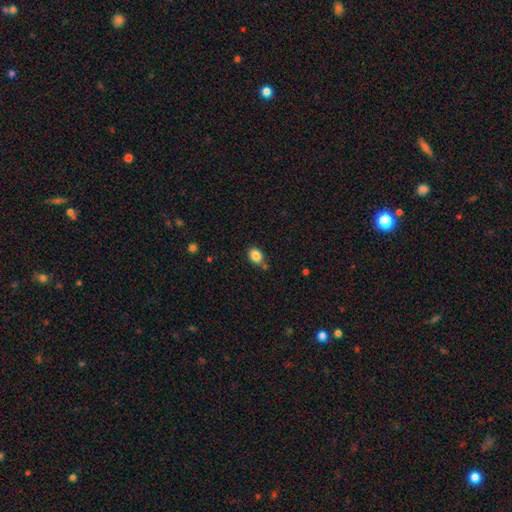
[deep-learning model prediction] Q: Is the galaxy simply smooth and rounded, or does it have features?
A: smooth — 85%.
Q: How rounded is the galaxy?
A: in between — 69%.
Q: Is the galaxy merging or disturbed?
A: none — 70%.